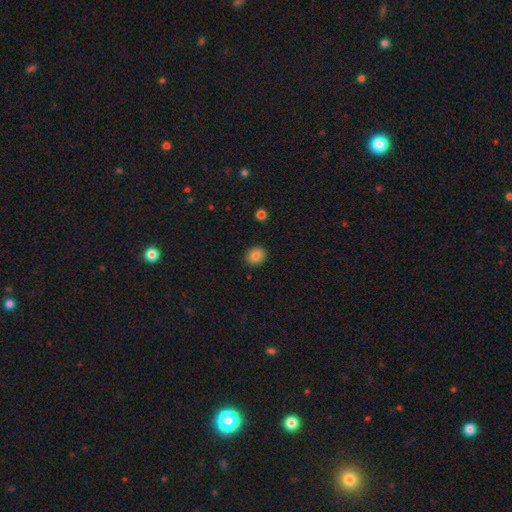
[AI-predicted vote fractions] A smooth galaxy with no disk features (86%) that is round (67%).

Vote fractions:
- Smooth or featured? smooth: 86% / star or artifact: 9% / featured or disk: 5%
- How rounded? round: 67% / in between: 32% / cigar-shaped: 1%
- Merging? none: 90% / minor disturbance: 7% / major disturbance: 2% / merger: 1%